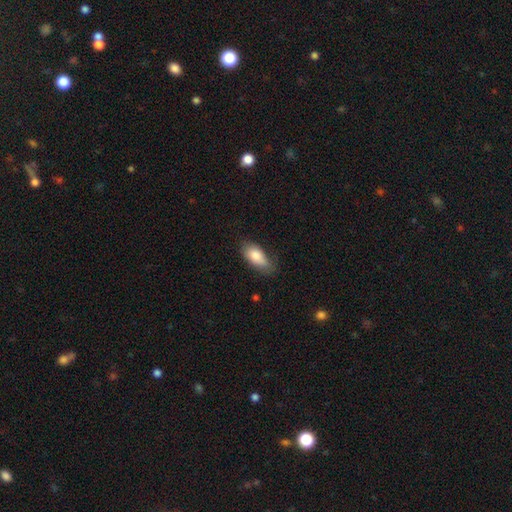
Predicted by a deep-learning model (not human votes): smooth 82%, featured or disk 11%, star or artifact 6%. Down the decision tree: how rounded — in between (89%); merging — none (61%).